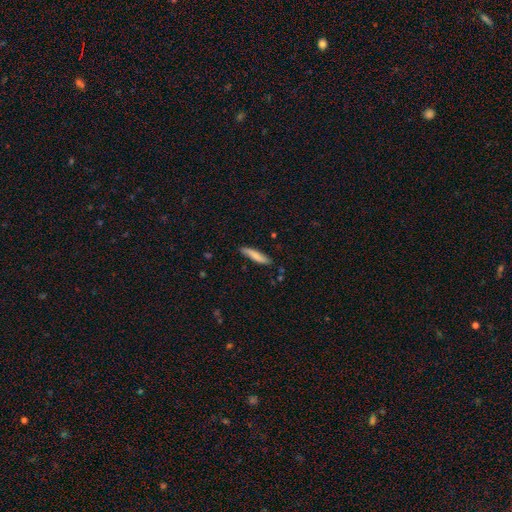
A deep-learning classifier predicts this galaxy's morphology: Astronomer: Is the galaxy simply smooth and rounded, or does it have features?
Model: smooth — 77%.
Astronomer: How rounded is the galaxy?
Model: cigar-shaped — 83%.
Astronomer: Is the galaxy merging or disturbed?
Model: none — 82%.